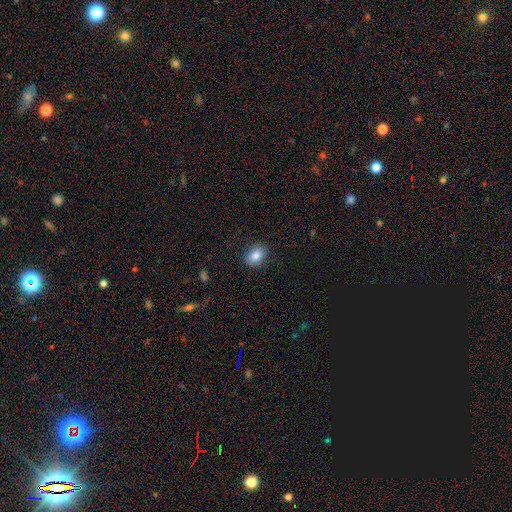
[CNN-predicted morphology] Overall: smooth (84%). How rounded: in between (62%; round 37%). Merging: none (86%).